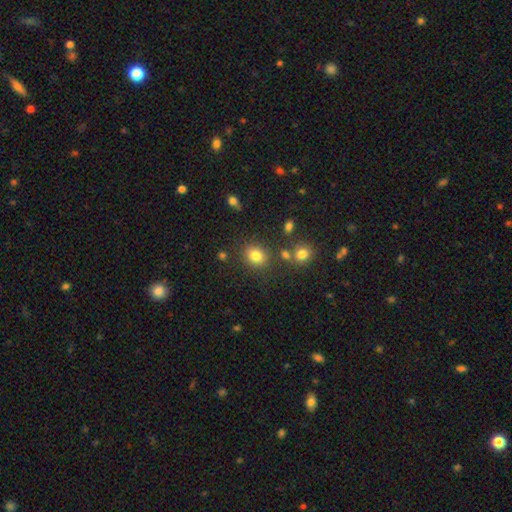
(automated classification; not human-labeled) The model was most divided on "how rounded": round: 61%, in between: 38%, cigar-shaped: 1%. More confident: smooth or featured — smooth (81%); merging — none (80%).